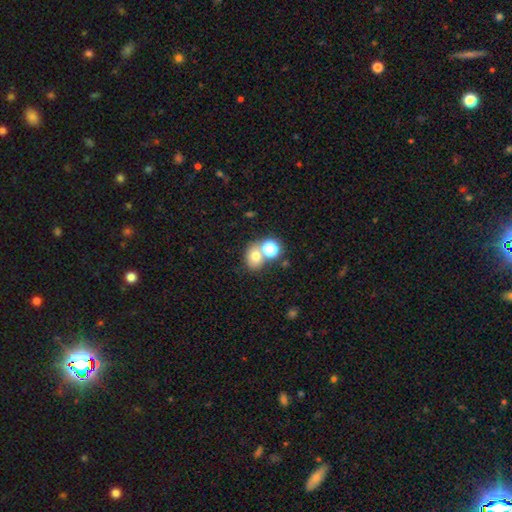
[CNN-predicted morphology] This is likely a smooth galaxy (69%). How rounded: likely round (65%). Merging: possibly none (50%).